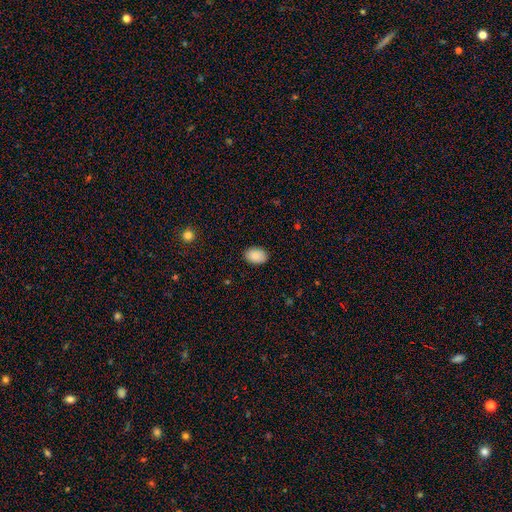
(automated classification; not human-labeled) Overall: smooth (88%). How rounded: in between (85%). Merging: none (89%).